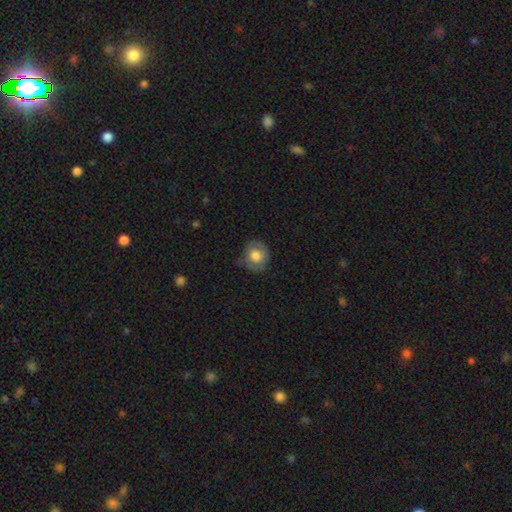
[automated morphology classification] smooth 71%, featured or disk 21%, star or artifact 8%. Down the decision tree: how rounded — round (79%); merging — none (65%).